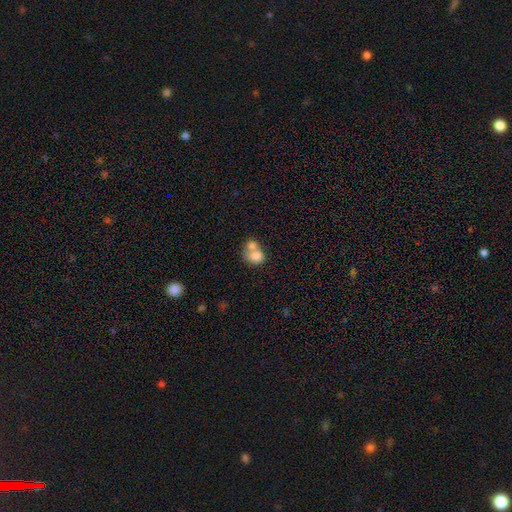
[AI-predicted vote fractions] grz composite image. It shows a smooth galaxy with no disk features (75%) that is round (54%). Merging: merger (67%).